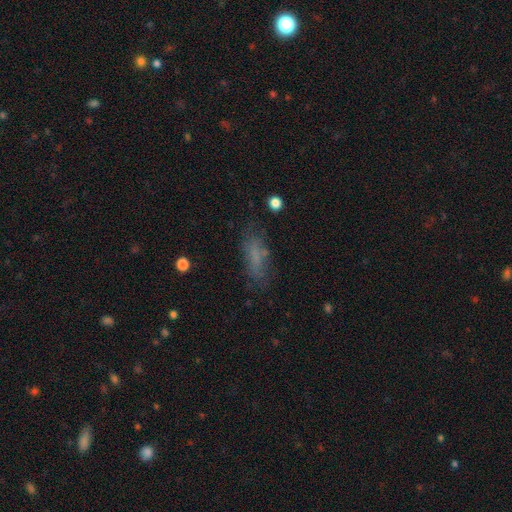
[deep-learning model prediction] Smooth or featured: smooth — 64% (featured or disk — 22%)
How rounded: in between — 56% (cigar-shaped — 41%)
Merging: none — 66% (minor disturbance — 20%)